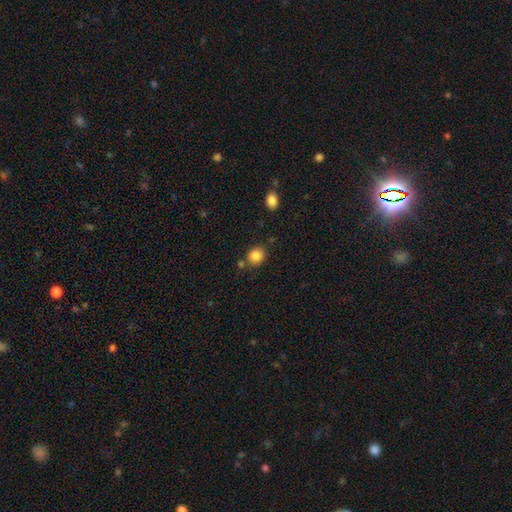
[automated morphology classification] smooth_or_featured: smooth (p=0.85) [alt: star or artifact p=0.10]
how_rounded: round (p=0.79) [alt: in between p=0.21]
merging: none (p=0.76) [alt: minor disturbance p=0.11]